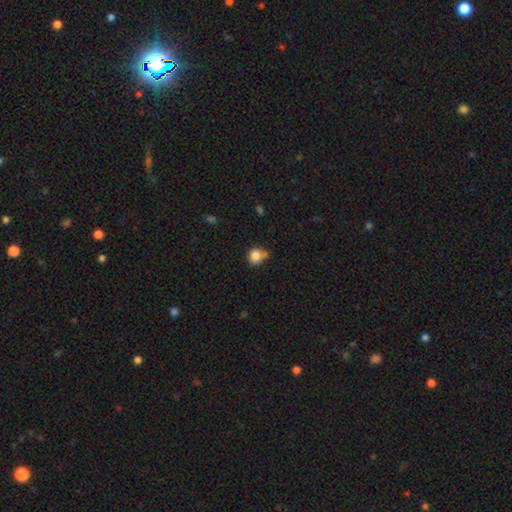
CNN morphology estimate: A smooth galaxy with no disk features (83%) that is round (80%). Merging: none (54%).